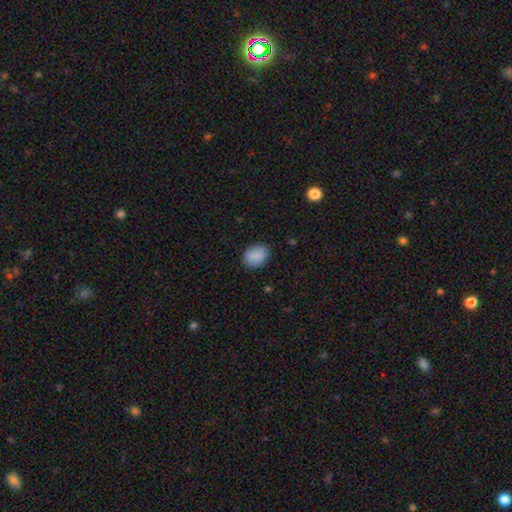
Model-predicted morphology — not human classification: This is clearly a smooth galaxy (87%). How rounded: likely in between (71%). Merging: clearly none (83%).